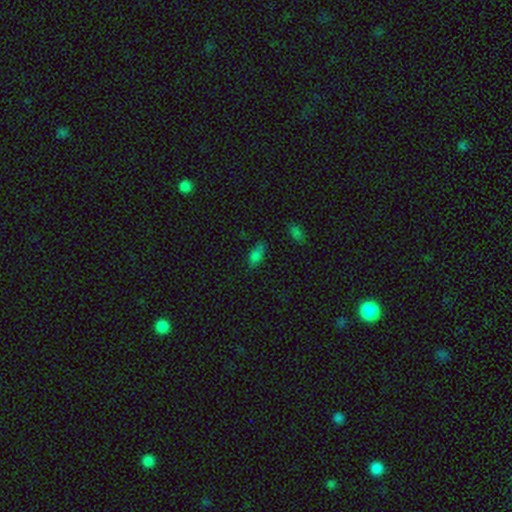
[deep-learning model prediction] This appears to be a smooth galaxy with no disk features (75%) that is in between round and cigar-shaped (86%). Merging: none (70%).